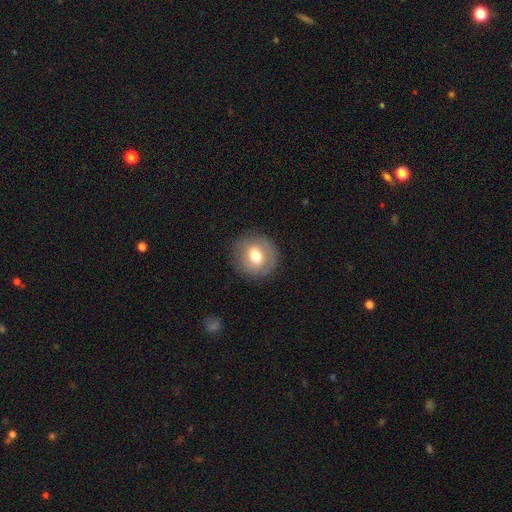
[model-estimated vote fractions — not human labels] Overall: smooth (65%; featured or disk 27%). How rounded: round (86%). Merging: none (86%).